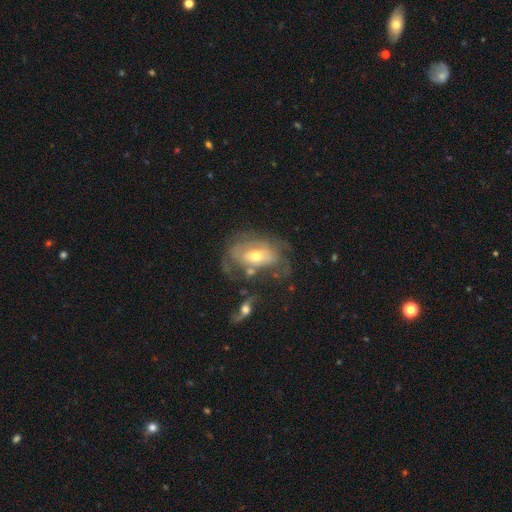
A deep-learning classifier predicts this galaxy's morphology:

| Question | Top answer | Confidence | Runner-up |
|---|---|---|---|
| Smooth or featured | featured or disk | 66% | smooth (27%) |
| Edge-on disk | no | 94% | yes (6%) |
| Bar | no | 68% | weak (24%) |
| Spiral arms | yes | 60% | no (40%) |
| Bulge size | moderate | 66% | small (26%) |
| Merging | none | 39% | major disturbance (26%) |